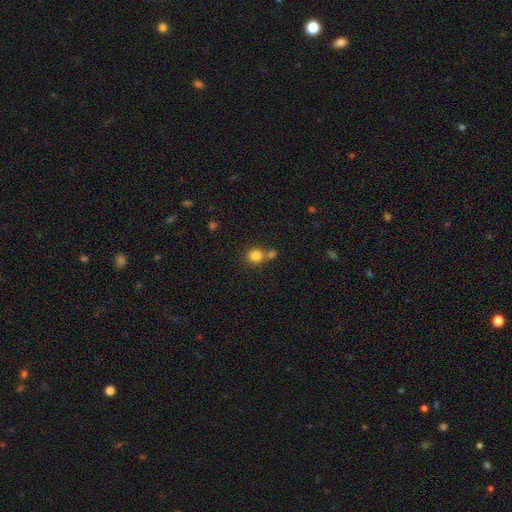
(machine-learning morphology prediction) Smooth or featured? Predicted: smooth (p=0.83). How rounded? Predicted: round (p=0.87). Merging? Predicted: none (p=0.59).